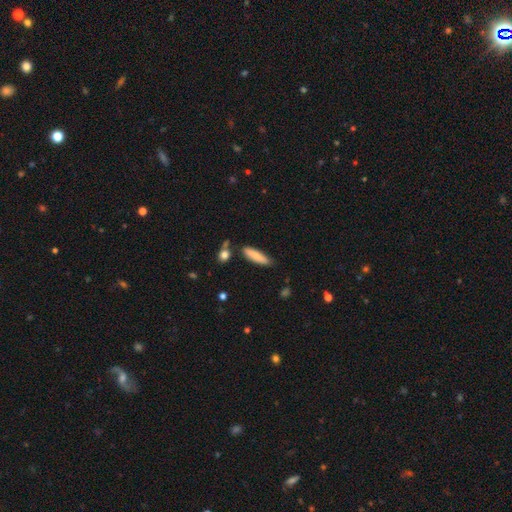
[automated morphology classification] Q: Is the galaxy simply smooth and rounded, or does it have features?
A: smooth — 82%.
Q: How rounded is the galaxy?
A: cigar-shaped — 66%.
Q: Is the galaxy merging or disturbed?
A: none — 77%.